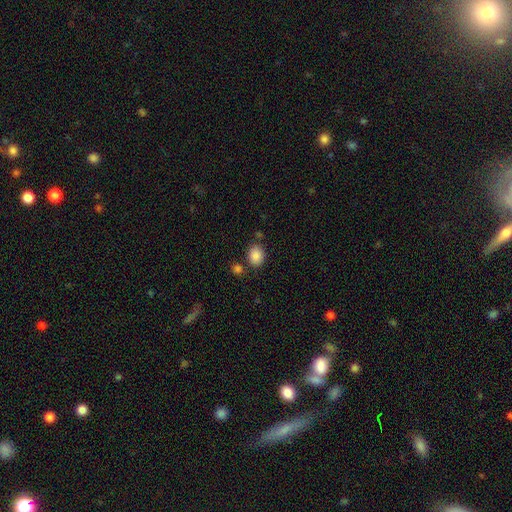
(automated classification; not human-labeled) Smooth or featured: smooth — 87% (star or artifact — 9%)
How rounded: in between — 54% (round — 45%)
Merging: none — 76% (minor disturbance — 12%)